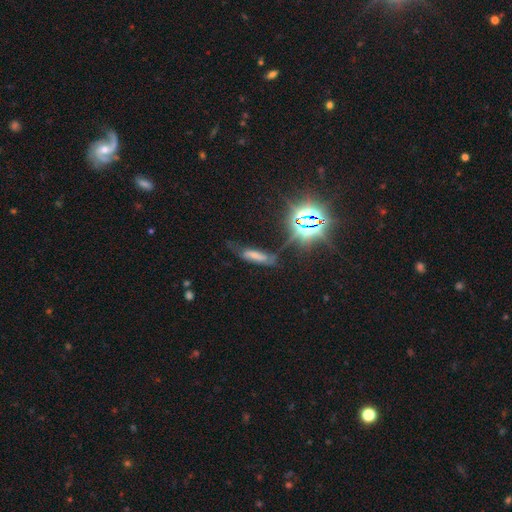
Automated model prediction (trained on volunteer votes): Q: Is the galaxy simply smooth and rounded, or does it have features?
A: smooth — 47%.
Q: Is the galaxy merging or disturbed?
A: none — 47%.